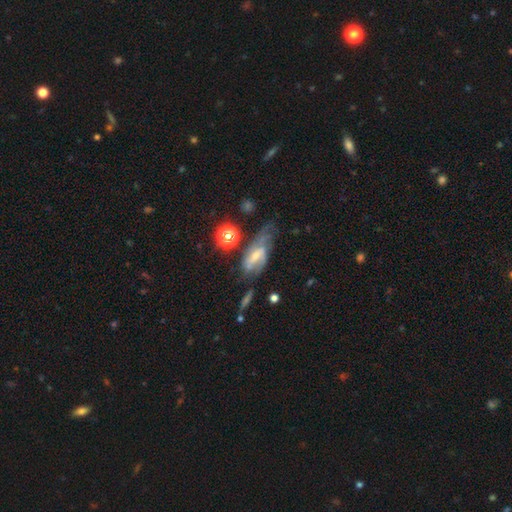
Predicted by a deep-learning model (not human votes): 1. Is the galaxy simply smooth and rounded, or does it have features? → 64% featured or disk, 23% smooth, 13% star or artifact.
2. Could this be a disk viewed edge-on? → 85% no, 15% yes.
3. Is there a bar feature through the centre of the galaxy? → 42% weak, 34% no, 24% strong.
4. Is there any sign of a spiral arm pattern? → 78% yes, 22% no.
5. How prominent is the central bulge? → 54% small, 35% moderate, 6% none, 3% large, 1% dominant.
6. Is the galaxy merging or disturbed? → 47% none, 25% minor disturbance, 21% major disturbance, 7% merger.